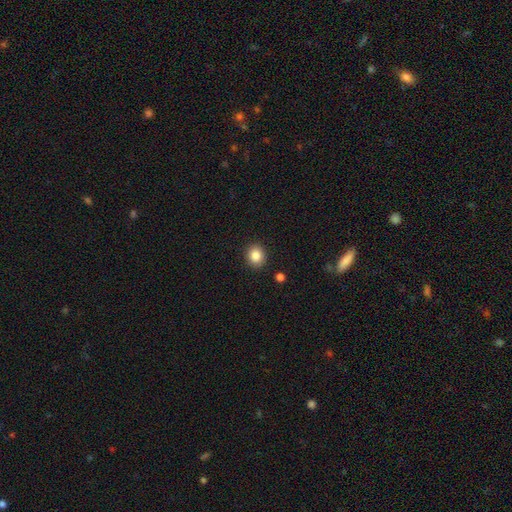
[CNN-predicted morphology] Overall: smooth (85%). How rounded: round (74%). Merging: none (91%).